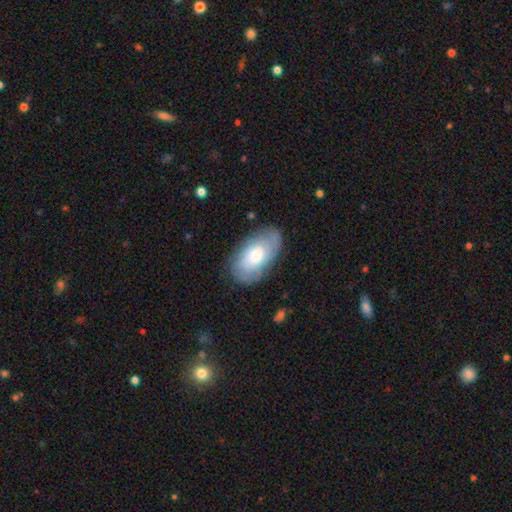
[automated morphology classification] Smooth or featured: smooth — 60% (featured or disk — 34%)
How rounded: in between — 94% (round — 4%)
Merging: none — 77% (minor disturbance — 16%)